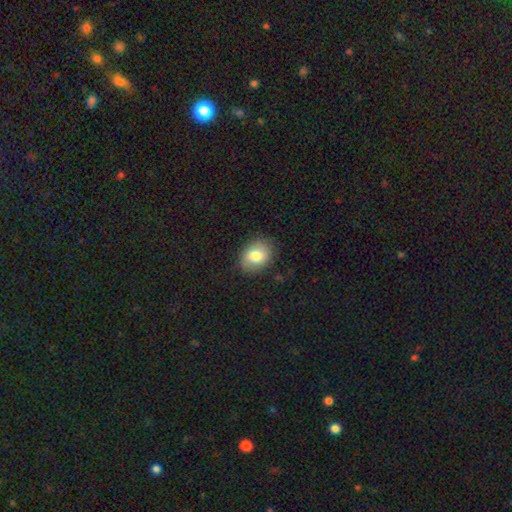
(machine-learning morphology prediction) The model was most divided on "how rounded": in between: 62%, round: 37%, cigar-shaped: 1%. More confident: merging — none (85%); smooth or featured — smooth (80%).